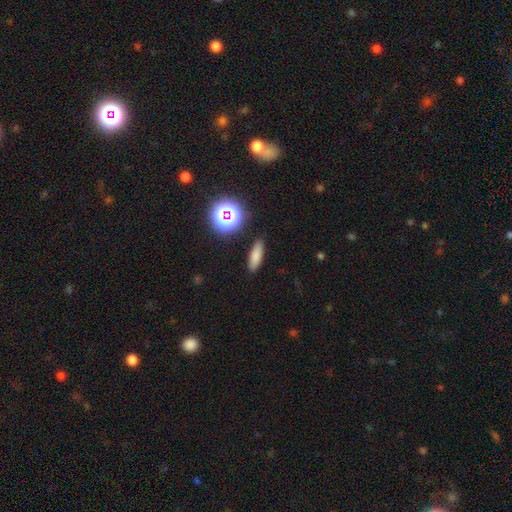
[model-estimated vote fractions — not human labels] This appears to be a smooth galaxy with no disk features (76%) that is cigar-shaped (54%). Merging: none (88%).